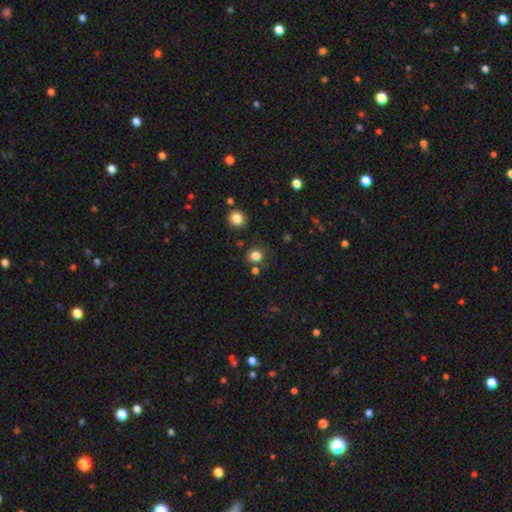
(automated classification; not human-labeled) The model was most divided on "smooth or featured": smooth: 81%, star or artifact: 14%, featured or disk: 5%. More confident: how rounded — round (85%); merging — none (80%).